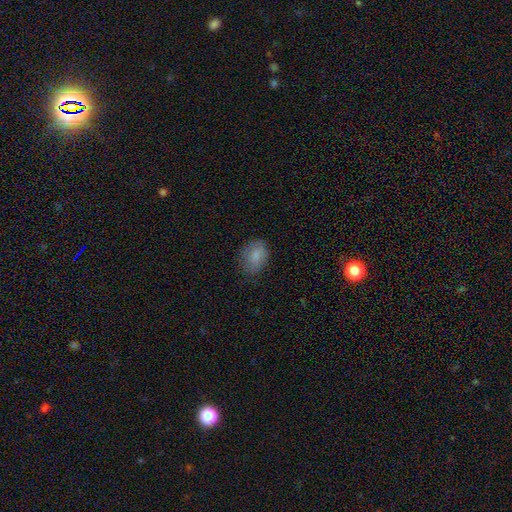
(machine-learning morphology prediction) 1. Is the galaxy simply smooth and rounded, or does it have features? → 81% smooth, 11% featured or disk, 8% star or artifact.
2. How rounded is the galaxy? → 74% in between, 25% round, 1% cigar-shaped.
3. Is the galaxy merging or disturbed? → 72% none, 21% minor disturbance, 6% major disturbance, 1% merger.